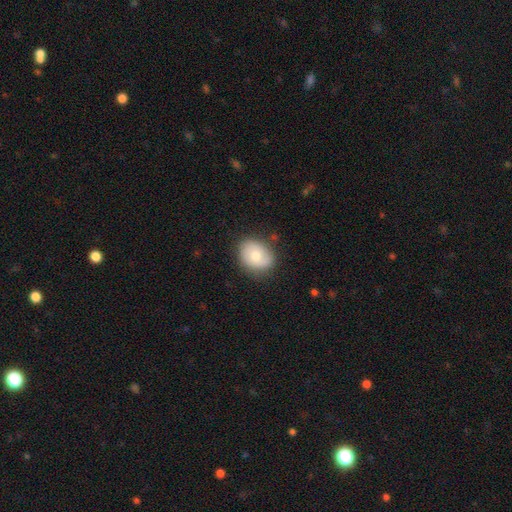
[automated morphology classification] A smooth galaxy with no disk features (68%) that is in between round and cigar-shaped (52%). Merging: none (77%).